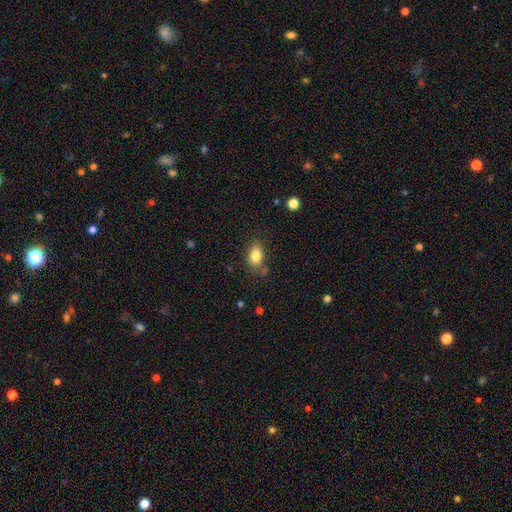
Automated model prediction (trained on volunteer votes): Smooth or featured? Predicted: smooth (p=0.83). How rounded? Predicted: in between (p=0.80). Merging? Predicted: none (p=0.77).